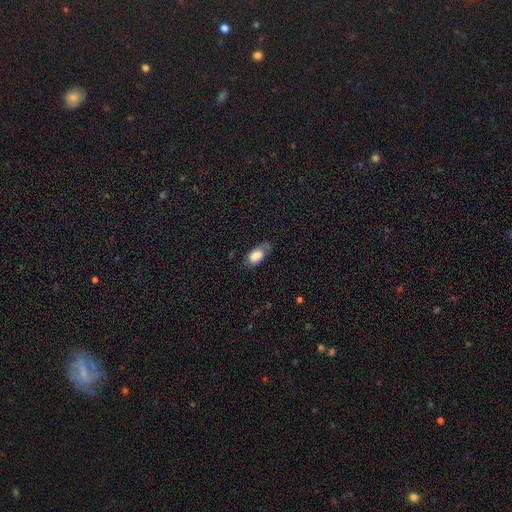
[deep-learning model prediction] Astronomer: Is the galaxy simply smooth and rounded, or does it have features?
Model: smooth — 75%.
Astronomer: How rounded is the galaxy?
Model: in between — 92%.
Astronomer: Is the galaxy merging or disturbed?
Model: none — 50% (runner-up: minor disturbance, 33%).